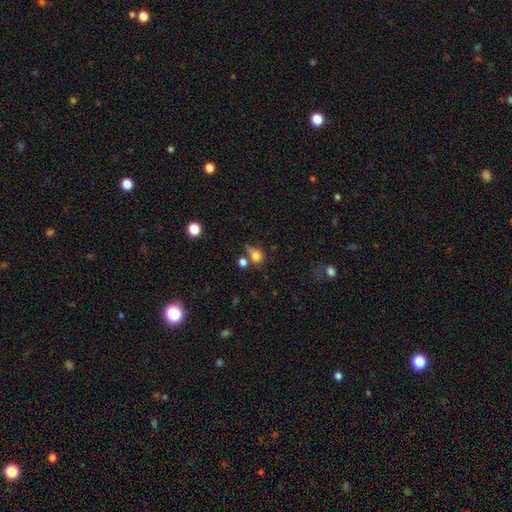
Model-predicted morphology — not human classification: smooth_or_featured: smooth (p=0.77) [alt: star or artifact p=0.12]
how_rounded: round (p=0.58) [alt: in between p=0.39]
merging: none (p=0.40) [alt: merger p=0.26]